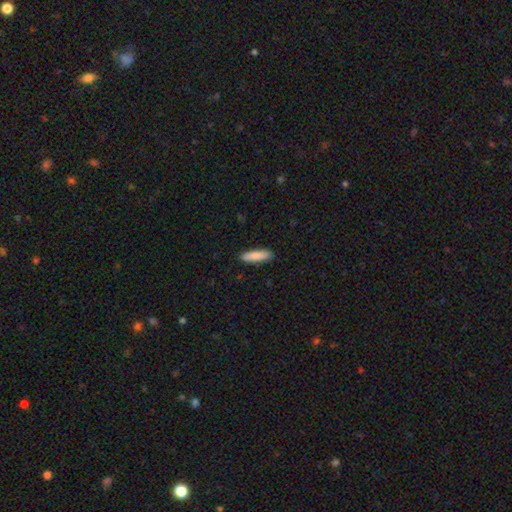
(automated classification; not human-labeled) This is clearly a smooth galaxy (87%). How rounded: likely cigar-shaped (68%). Merging: clearly none (90%).